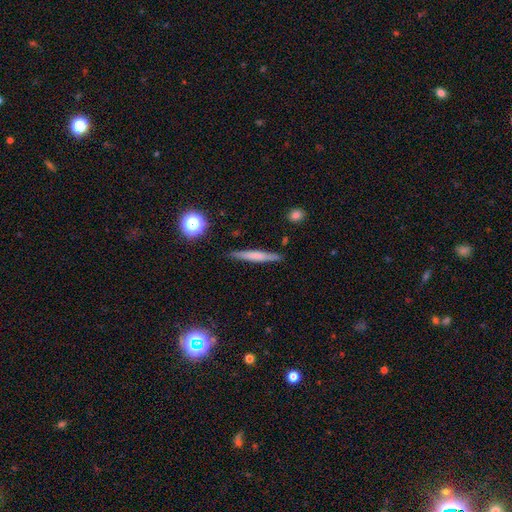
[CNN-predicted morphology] Smooth or featured? smooth (54%)
How rounded? cigar-shaped (94%)
Merging? none (89%)